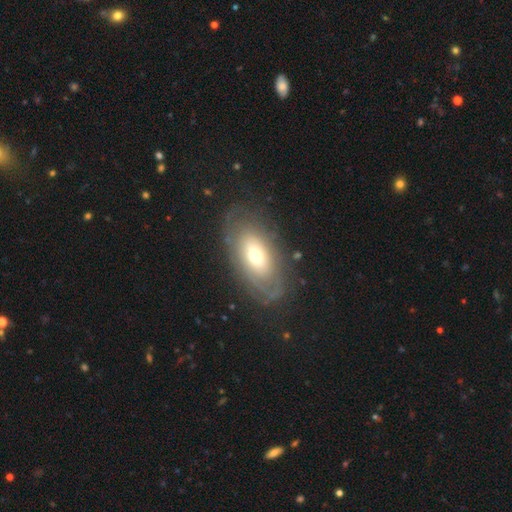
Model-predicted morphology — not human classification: Smooth or featured: featured or disk — 57% (smooth — 36%)
Edge-on disk: no — 90% (yes — 10%)
Bar: no — 79% (weak — 16%)
Spiral arms: yes — 53% (no — 47%)
Bulge size: moderate — 60% (small — 27%)
Merging: none — 74% (minor disturbance — 16%)